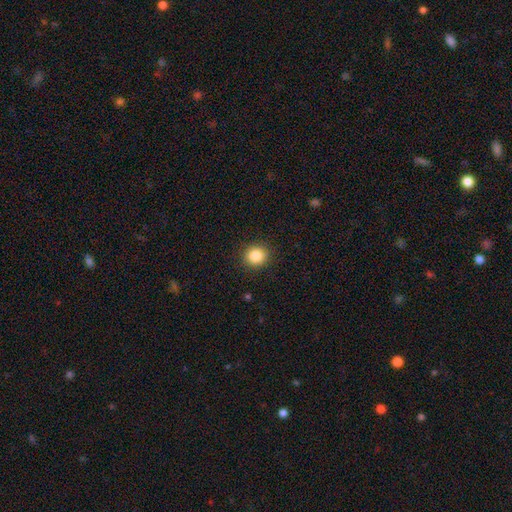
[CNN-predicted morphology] A smooth galaxy with no disk features (86%) that is round (86%). Merging: none (90%).